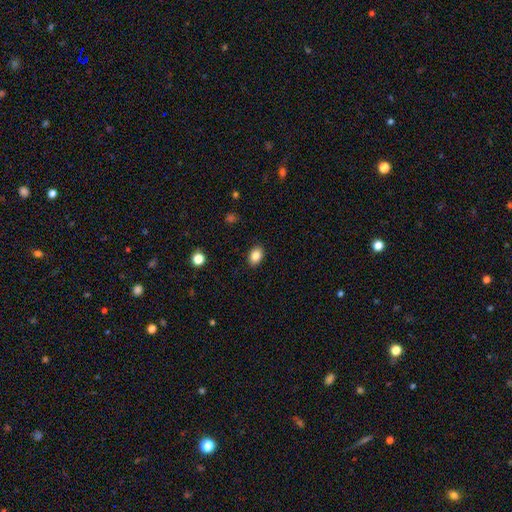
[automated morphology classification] smooth_or_featured: smooth (p=0.86) [alt: star or artifact p=0.09]
how_rounded: in between (p=0.77) [alt: round p=0.22]
merging: none (p=0.87) [alt: minor disturbance p=0.09]